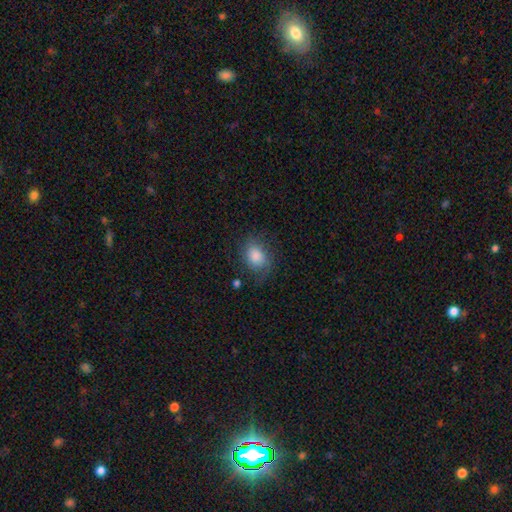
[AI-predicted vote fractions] Overall: smooth (74%). How rounded: in between (58%; round 41%). Merging: none (66%).